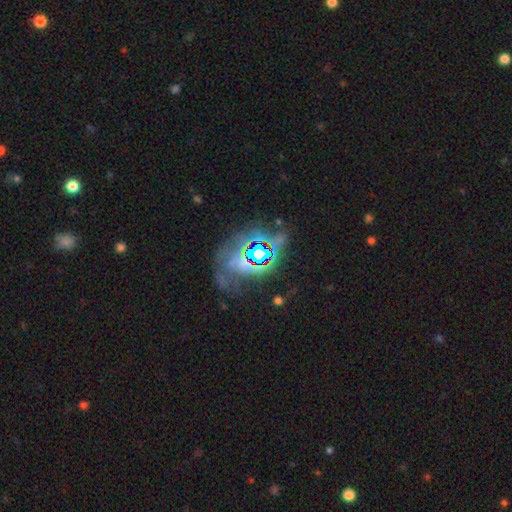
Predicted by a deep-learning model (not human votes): This is possibly a star or artifact rather than a galaxy (51%).